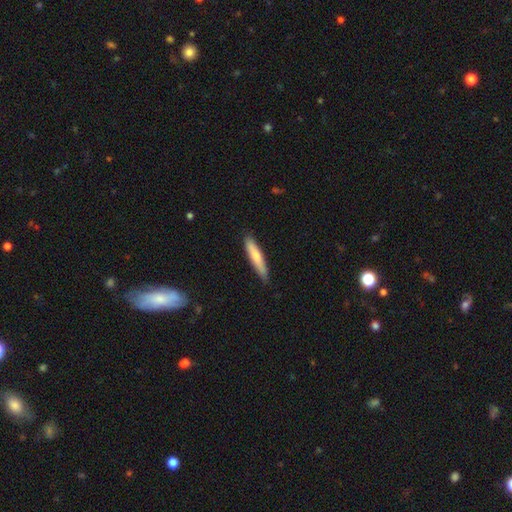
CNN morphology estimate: Smooth or featured? smooth (70%)
How rounded? cigar-shaped (88%)
Merging? none (85%)